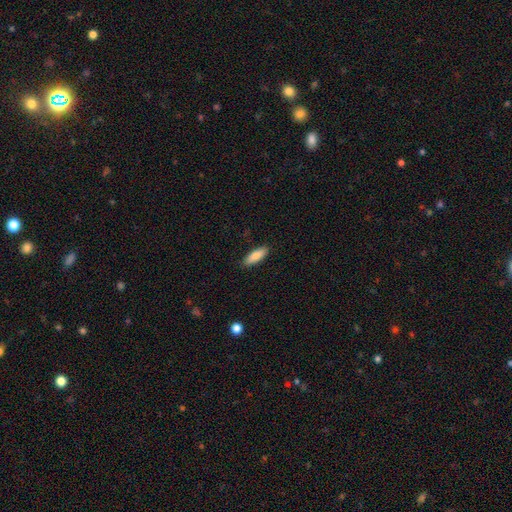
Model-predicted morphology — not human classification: smooth 85%, featured or disk 9%, star or artifact 6%. Down the decision tree: how rounded — in between (55%); merging — none (88%).